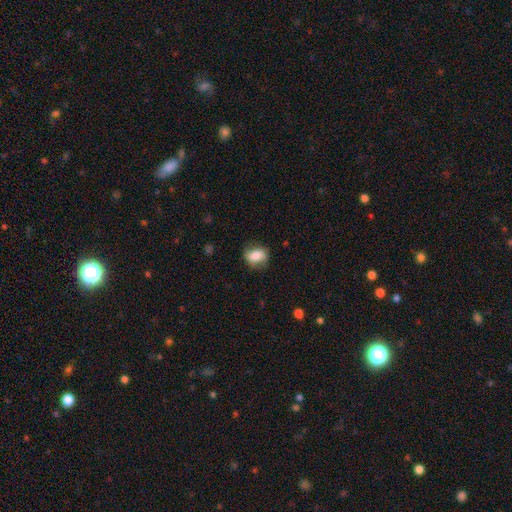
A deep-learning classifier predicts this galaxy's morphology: Overall: smooth (69%). How rounded: in between (62%; round 36%). Merging: none (74%).